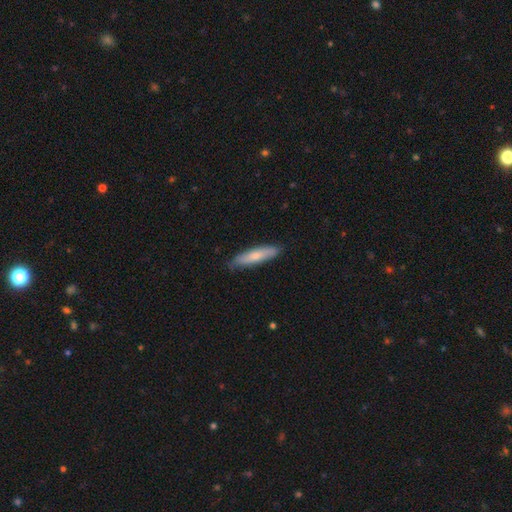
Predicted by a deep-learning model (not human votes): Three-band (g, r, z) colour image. It shows a smooth galaxy with no disk features (70%) that is cigar-shaped (77%). Merging: none (84%).